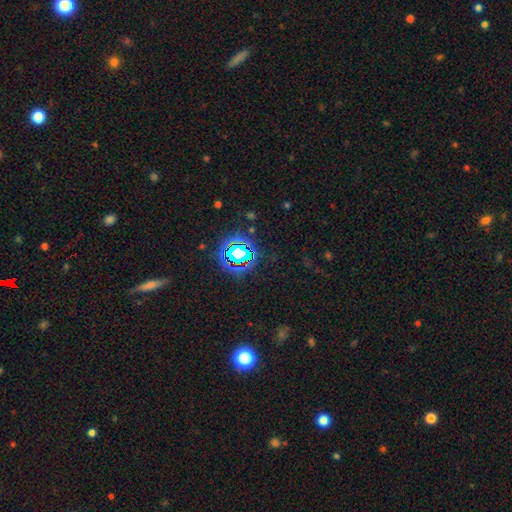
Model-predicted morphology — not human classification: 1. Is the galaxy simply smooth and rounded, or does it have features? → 77% star or artifact, 14% smooth, 9% featured or disk.